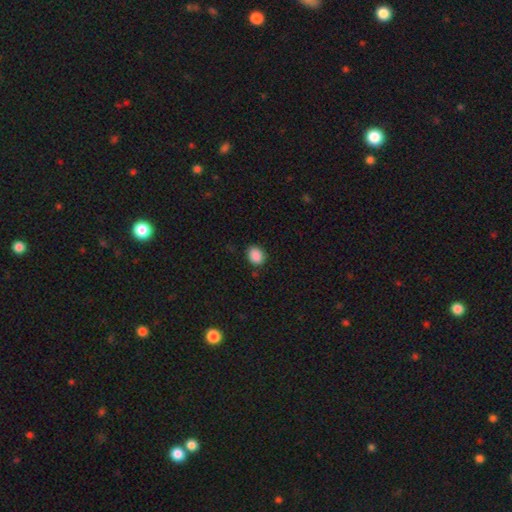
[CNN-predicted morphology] This appears to be a smooth galaxy with no disk features (89%) that is in between round and cigar-shaped (50%). Merging: none (82%).